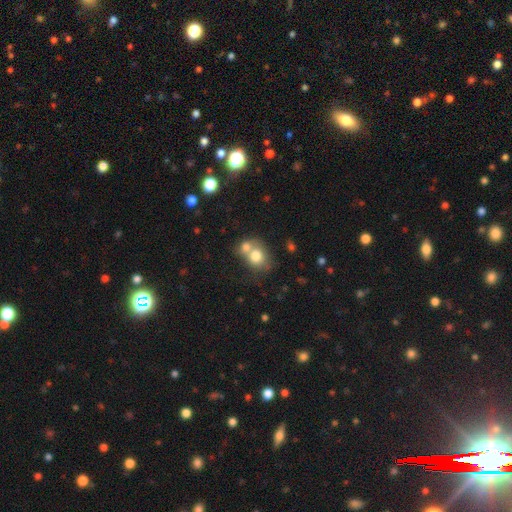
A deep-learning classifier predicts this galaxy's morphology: Smooth or featured? Predicted: smooth (p=0.75). How rounded? Predicted: round (p=0.65). Merging? Predicted: merger (p=0.58).